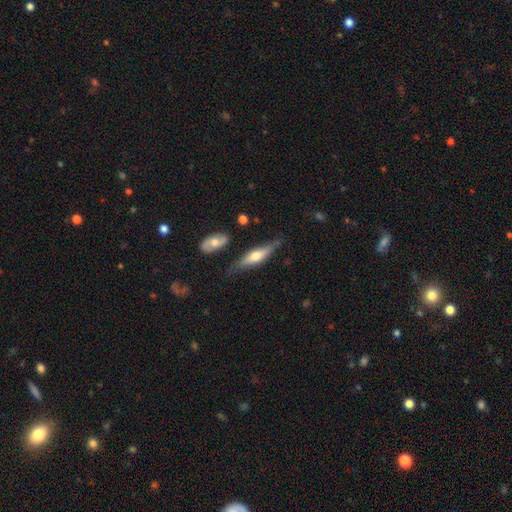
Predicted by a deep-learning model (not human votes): Overall: featured or disk (54%; smooth 41%). Edge-on disk: yes (88%). Merging: none (70%).